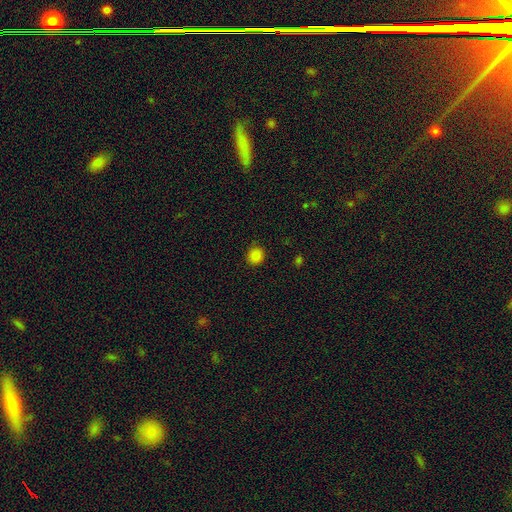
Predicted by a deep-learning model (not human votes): A smooth galaxy with no disk features (85%) that is round (88%).

Vote fractions:
- Smooth or featured? smooth: 85% / star or artifact: 12% / featured or disk: 3%
- How rounded? round: 88% / in between: 11% / cigar-shaped: 1%
- Merging? none: 90% / minor disturbance: 7% / major disturbance: 2% / merger: 1%